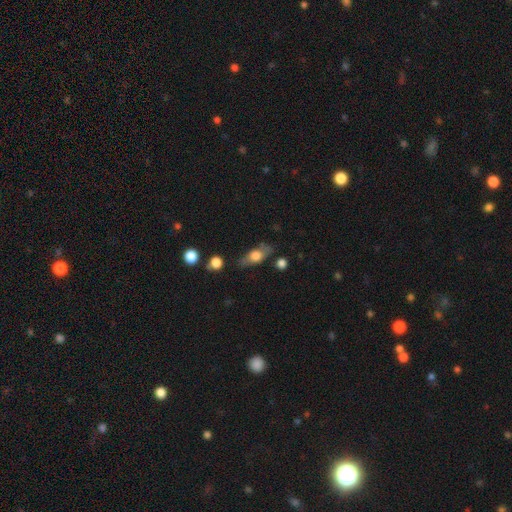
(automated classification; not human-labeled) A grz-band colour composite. It shows a smooth galaxy with no disk features (54%) that is in between round and cigar-shaped (69%). Merging: none (71%).